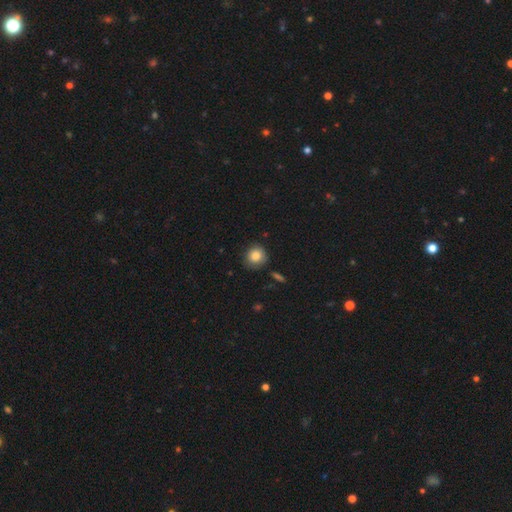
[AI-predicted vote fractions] Smooth or featured: smooth — 84% (star or artifact — 9%)
How rounded: round — 88% (in between — 11%)
Merging: none — 78% (minor disturbance — 16%)